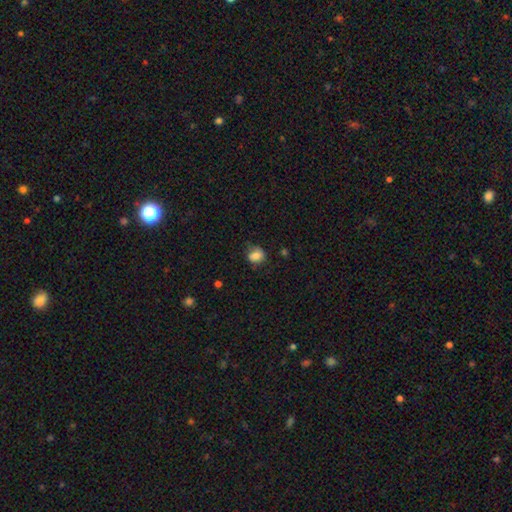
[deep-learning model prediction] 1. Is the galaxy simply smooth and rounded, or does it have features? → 81% smooth, 10% star or artifact, 10% featured or disk.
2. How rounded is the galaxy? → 58% round, 41% in between, 1% cigar-shaped.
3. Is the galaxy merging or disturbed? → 64% none, 26% minor disturbance, 8% major disturbance, 2% merger.